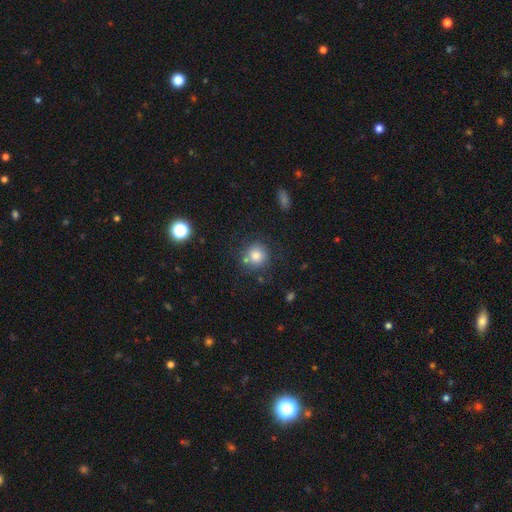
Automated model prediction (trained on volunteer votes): Smooth or featured? smooth (79%)
How rounded? round (91%)
Merging? none (72%)